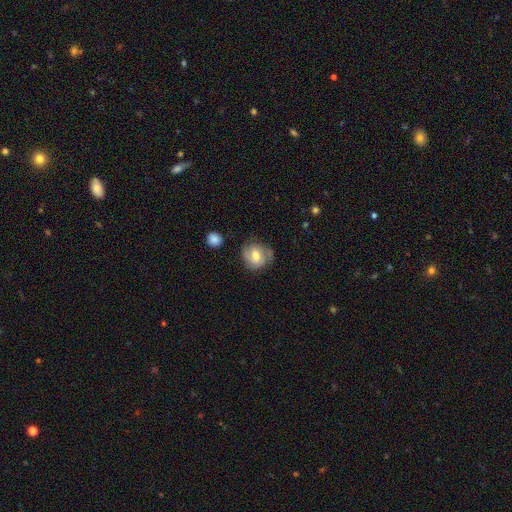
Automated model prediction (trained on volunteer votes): Smooth or featured: smooth — 51% (featured or disk — 41%)
How rounded: round — 73% (in between — 25%)
Merging: none — 64% (minor disturbance — 24%)